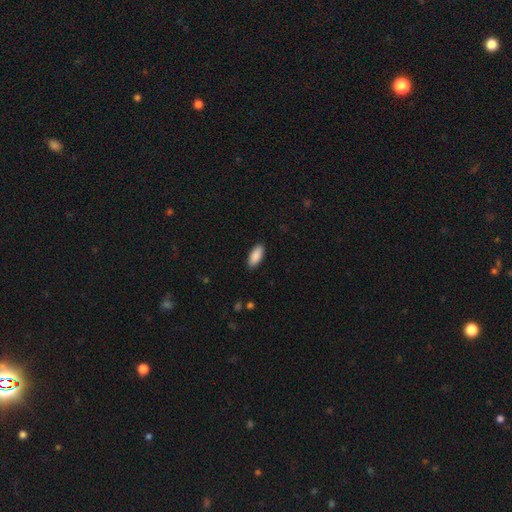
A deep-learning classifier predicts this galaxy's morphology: Smooth or featured? smooth (90%)
How rounded? in between (85%)
Merging? none (89%)